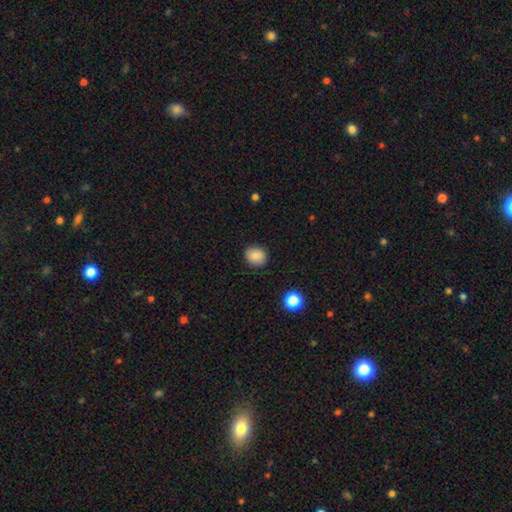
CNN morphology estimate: This appears to be a smooth galaxy with no disk features (84%) that is round (74%). Merging: none (89%).